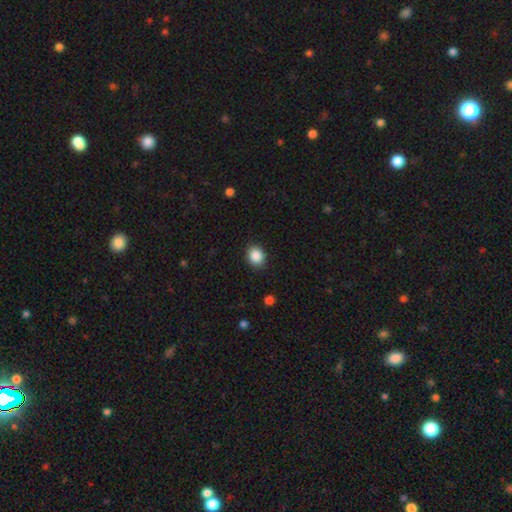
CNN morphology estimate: smooth 88%, star or artifact 9%, featured or disk 3%. Down the decision tree: how rounded — round (57%); merging — none (89%).